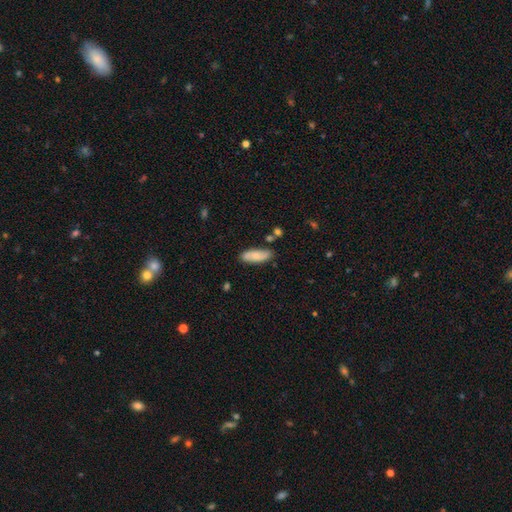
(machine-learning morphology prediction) Overall: smooth (68%). How rounded: in between (69%). Merging: none (77%).